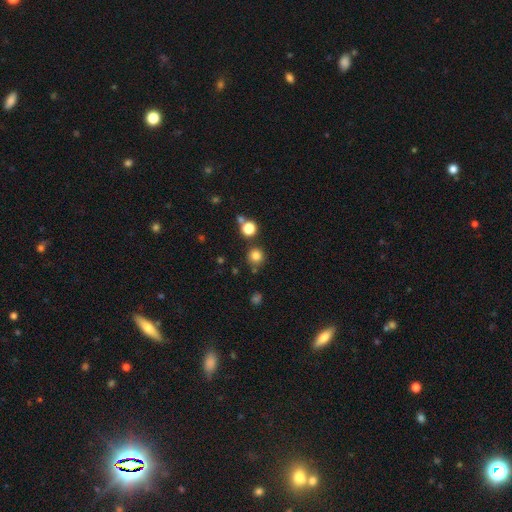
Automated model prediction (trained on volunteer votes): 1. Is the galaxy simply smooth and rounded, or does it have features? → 80% smooth, 14% star or artifact, 5% featured or disk.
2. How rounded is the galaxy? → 93% round, 6% in between, 1% cigar-shaped.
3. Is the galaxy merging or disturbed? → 80% none, 9% minor disturbance, 8% merger, 3% major disturbance.